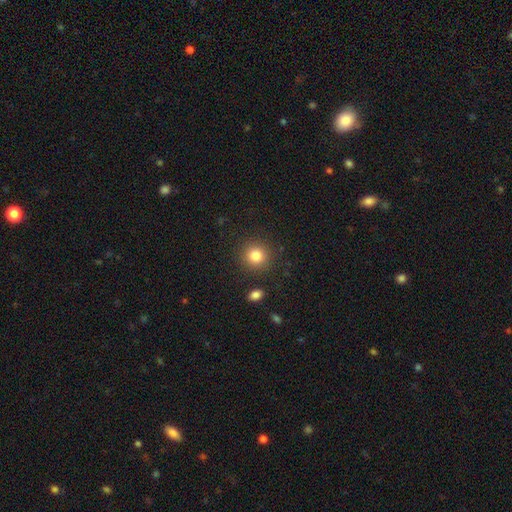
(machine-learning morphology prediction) The model was most divided on "smooth or featured": smooth: 83%, star or artifact: 11%, featured or disk: 6%. More confident: how rounded — round (92%); merging — none (88%).